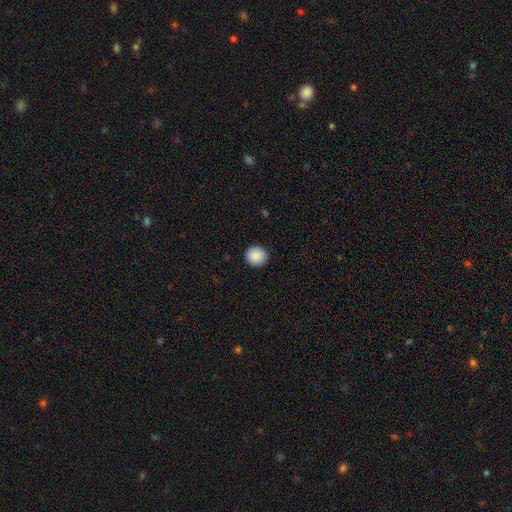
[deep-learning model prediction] smooth_or_featured: smooth (p=0.89) [alt: star or artifact p=0.08]
how_rounded: round (p=0.91) [alt: in between p=0.08]
merging: none (p=0.92) [alt: minor disturbance p=0.06]